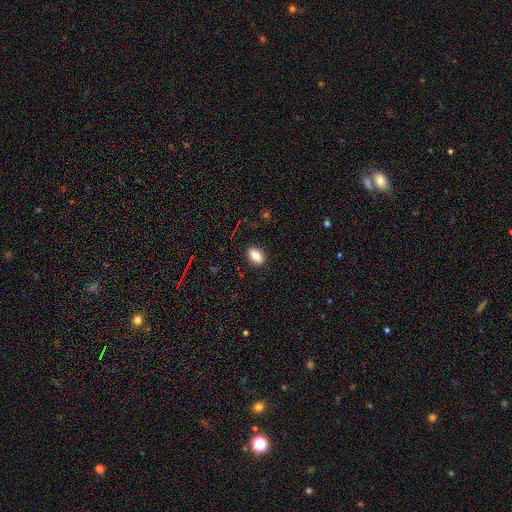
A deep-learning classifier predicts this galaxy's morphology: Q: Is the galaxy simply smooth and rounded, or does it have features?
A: smooth — 80%.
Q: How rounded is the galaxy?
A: in between — 85%.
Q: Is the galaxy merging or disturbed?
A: none — 88%.